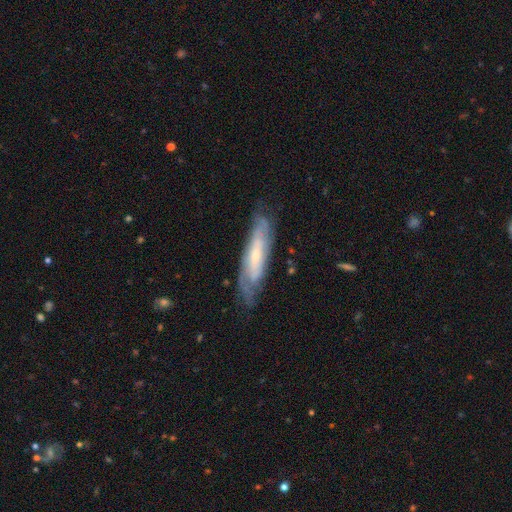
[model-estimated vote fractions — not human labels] Smooth or featured?
  - featured or disk: 67% *
  - smooth: 27%
  - star or artifact: 6%
Edge-on disk?
  - no: 63% *
  - yes: 37%
Merging?
  - none: 71% *
  - minor disturbance: 21%
  - major disturbance: 7%
  - merger: 2%